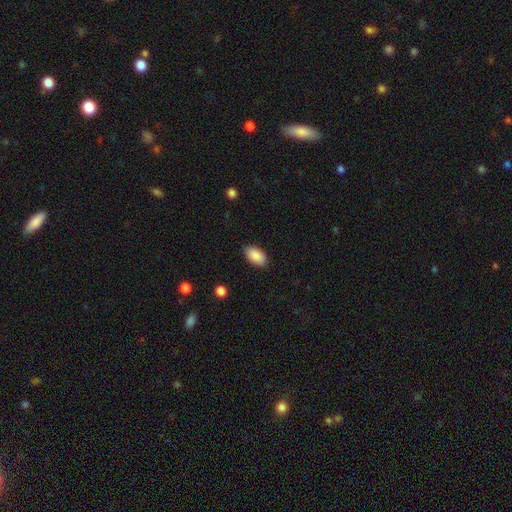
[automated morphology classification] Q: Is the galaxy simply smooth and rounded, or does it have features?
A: smooth — 89%.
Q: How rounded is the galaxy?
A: in between — 94%.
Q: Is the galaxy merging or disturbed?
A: none — 86%.